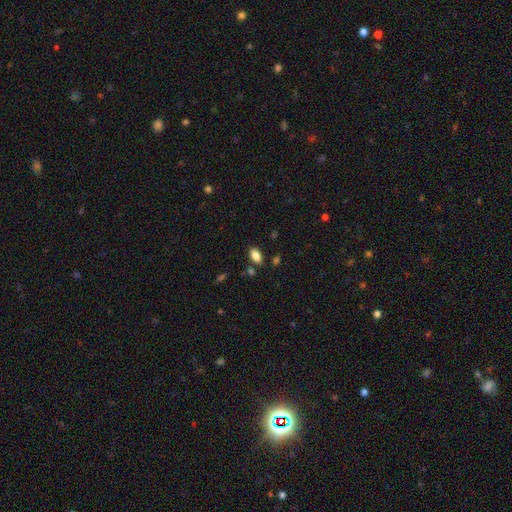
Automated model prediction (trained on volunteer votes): The model was most divided on "merging": none: 83%, minor disturbance: 10%, merger: 4%, major disturbance: 2%. More confident: how rounded — in between (92%); smooth or featured — smooth (84%).